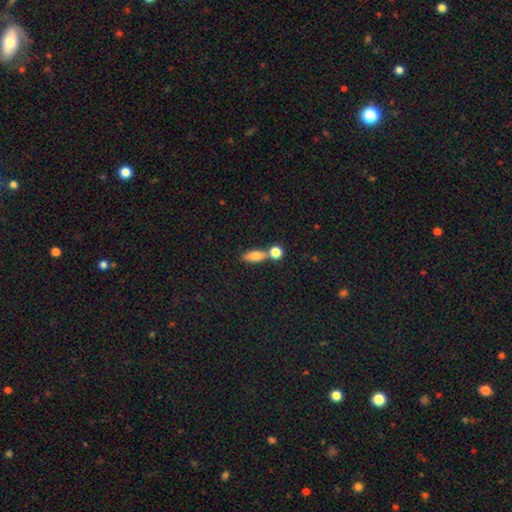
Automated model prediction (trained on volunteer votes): This is likely a smooth galaxy (76%). How rounded: likely in between (68%). Merging: possibly none (54%).